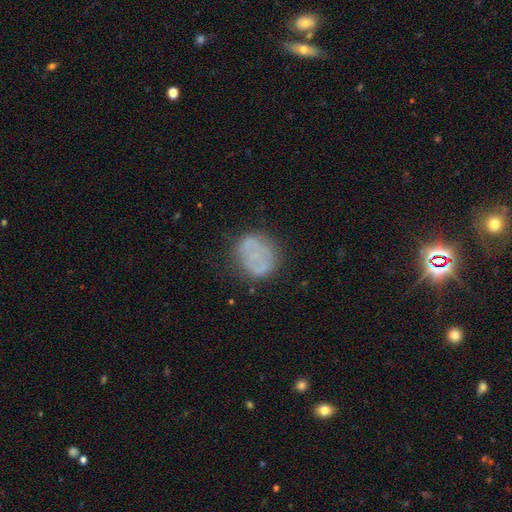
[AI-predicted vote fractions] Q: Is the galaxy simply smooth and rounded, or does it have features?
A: smooth — 53%.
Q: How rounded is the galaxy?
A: round — 64%.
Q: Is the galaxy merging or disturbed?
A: none — 65%.